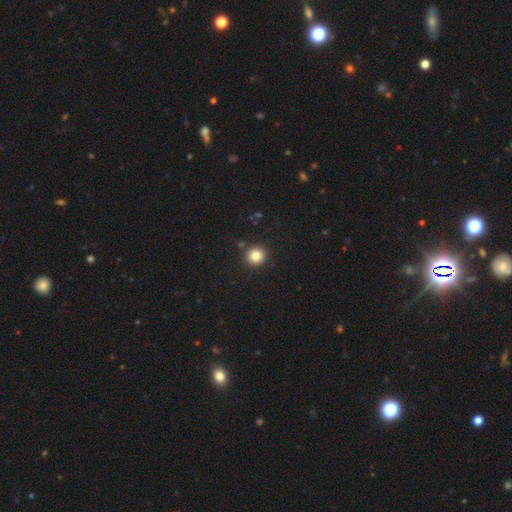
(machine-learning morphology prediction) Overall: smooth (83%). How rounded: round (94%). Merging: none (90%).